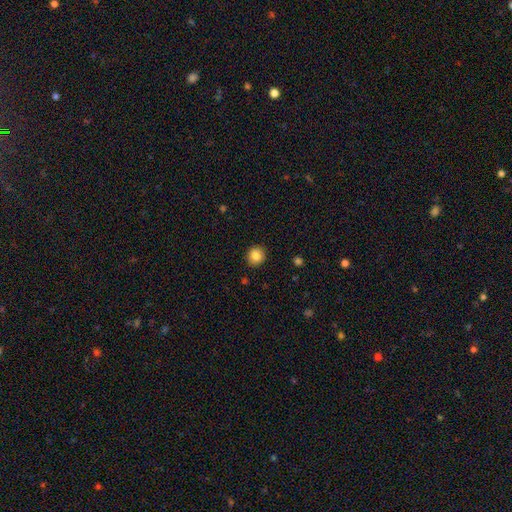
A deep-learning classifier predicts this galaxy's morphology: Smooth or featured? Predicted: smooth (p=0.85). How rounded? Predicted: round (p=0.91). Merging? Predicted: none (p=0.92).